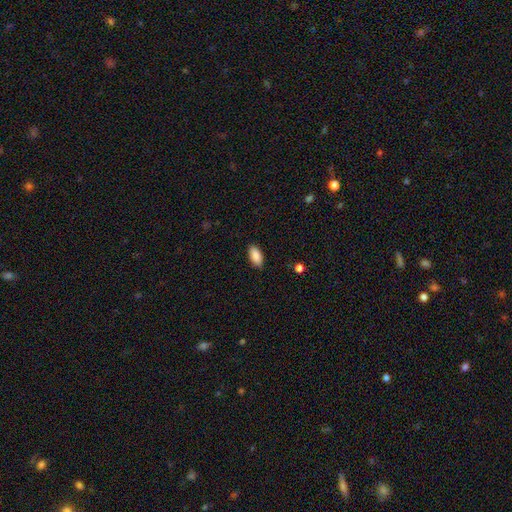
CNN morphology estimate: A smooth galaxy with no disk features (89%) that is in between round and cigar-shaped (92%).

Vote fractions:
- Smooth or featured? smooth: 89% / star or artifact: 7% / featured or disk: 5%
- How rounded? in between: 92% / cigar-shaped: 6% / round: 2%
- Merging? none: 89% / minor disturbance: 8% / major disturbance: 2% / merger: 1%